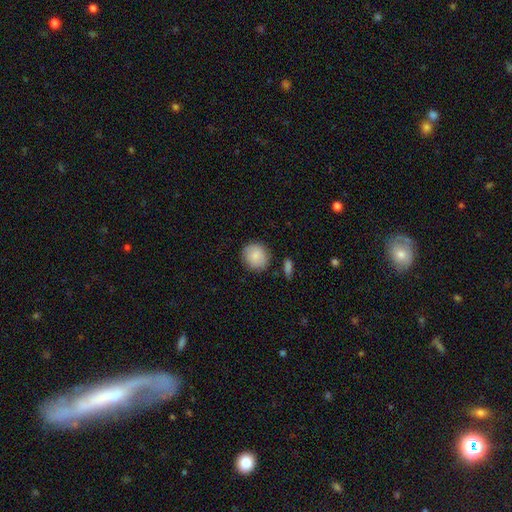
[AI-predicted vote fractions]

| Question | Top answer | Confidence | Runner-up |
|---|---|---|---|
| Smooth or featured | smooth | 87% | featured or disk (7%) |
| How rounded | round | 86% | in between (13%) |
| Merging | none | 84% | minor disturbance (11%) |